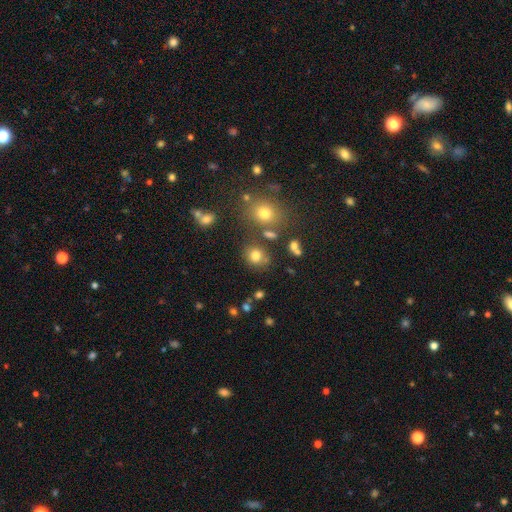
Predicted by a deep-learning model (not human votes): Smooth or featured?
  - smooth: 75% *
  - star or artifact: 17%
  - featured or disk: 8%
How rounded?
  - round: 80% *
  - in between: 19%
  - cigar-shaped: 1%
Merging?
  - none: 74% *
  - minor disturbance: 11%
  - merger: 11%
  - major disturbance: 5%